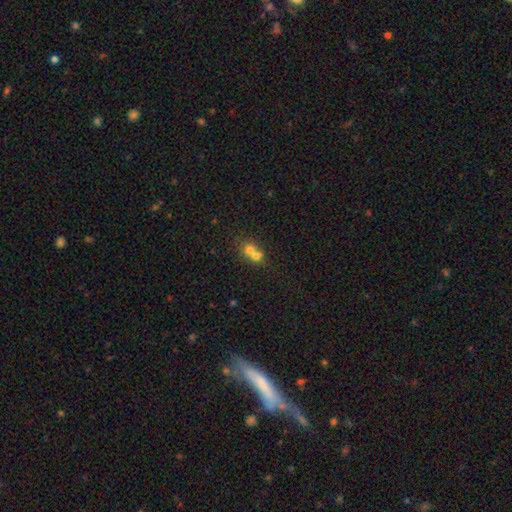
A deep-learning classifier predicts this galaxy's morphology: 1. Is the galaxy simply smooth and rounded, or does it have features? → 68% smooth, 19% featured or disk, 13% star or artifact.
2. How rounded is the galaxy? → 73% round, 26% in between, 1% cigar-shaped.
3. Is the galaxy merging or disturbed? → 70% merger, 23% none, 5% minor disturbance, 3% major disturbance.